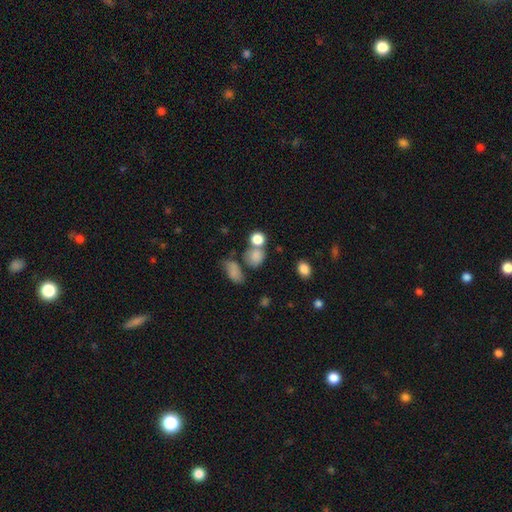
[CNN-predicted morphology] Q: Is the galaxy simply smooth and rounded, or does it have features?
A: smooth — 79%.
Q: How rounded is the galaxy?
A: round — 70%.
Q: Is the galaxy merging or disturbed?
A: none — 51%.